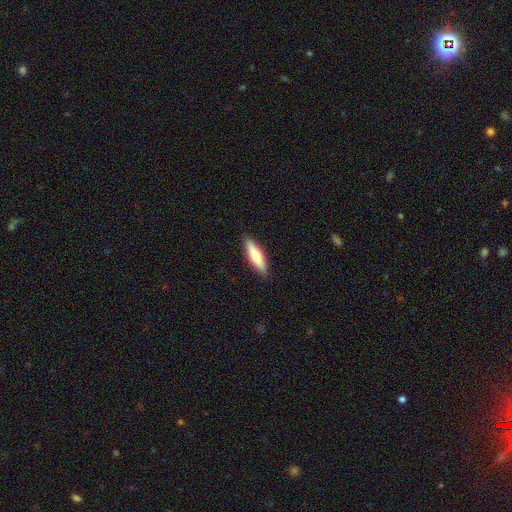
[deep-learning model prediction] This appears to be a smooth galaxy with no disk features (68%) that is cigar-shaped (72%). Merging: none (90%).